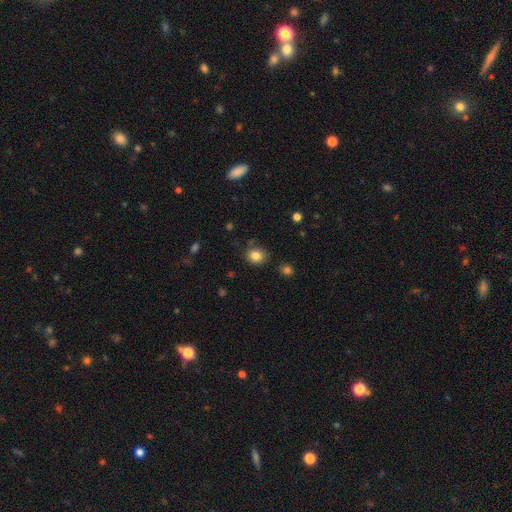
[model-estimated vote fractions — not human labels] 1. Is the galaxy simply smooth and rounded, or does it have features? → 83% smooth, 11% star or artifact, 6% featured or disk.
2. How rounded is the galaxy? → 62% round, 38% in between, 1% cigar-shaped.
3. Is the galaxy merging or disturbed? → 81% none, 13% minor disturbance, 3% major disturbance, 3% merger.